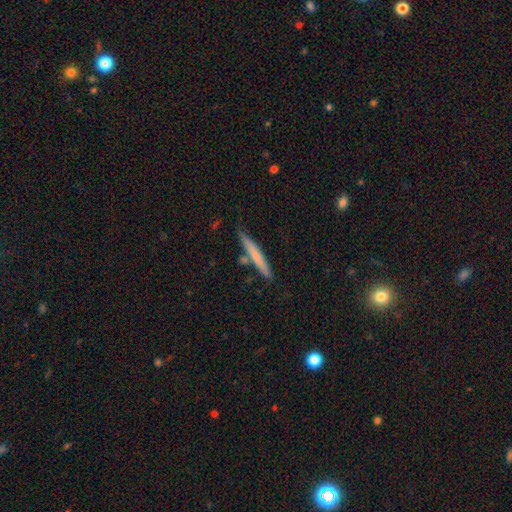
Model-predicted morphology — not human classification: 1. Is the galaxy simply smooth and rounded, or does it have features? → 62% smooth, 32% featured or disk, 6% star or artifact.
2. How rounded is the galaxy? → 96% cigar-shaped, 3% in between, 1% round.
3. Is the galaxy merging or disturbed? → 80% none, 11% minor disturbance, 7% merger, 2% major disturbance.